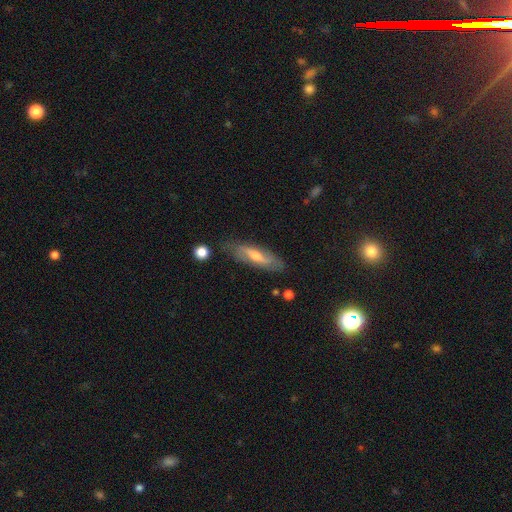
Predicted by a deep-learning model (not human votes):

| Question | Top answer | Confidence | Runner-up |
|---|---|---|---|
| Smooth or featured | featured or disk | 59% | smooth (32%) |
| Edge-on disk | no | 60% | yes (40%) |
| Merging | none | 79% | minor disturbance (15%) |